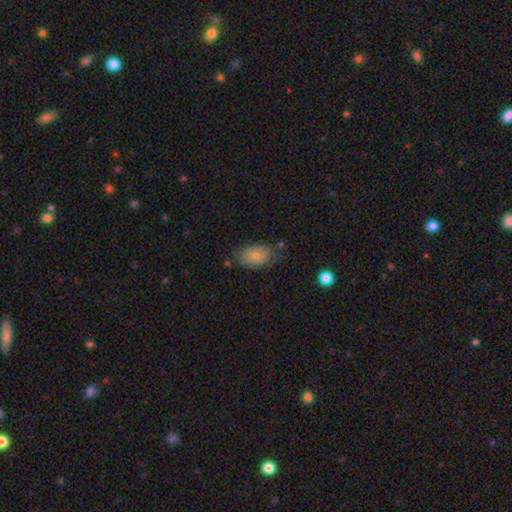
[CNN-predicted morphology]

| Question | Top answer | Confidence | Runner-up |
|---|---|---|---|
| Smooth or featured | smooth | 78% | featured or disk (15%) |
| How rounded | in between | 89% | round (10%) |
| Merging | none | 64% | minor disturbance (25%) |